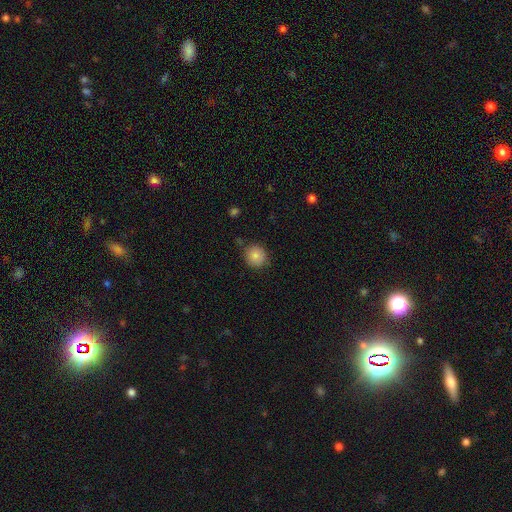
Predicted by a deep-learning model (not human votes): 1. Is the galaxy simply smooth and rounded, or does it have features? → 85% smooth, 9% star or artifact, 6% featured or disk.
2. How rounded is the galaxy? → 89% round, 10% in between, 1% cigar-shaped.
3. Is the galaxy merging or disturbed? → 83% none, 12% minor disturbance, 3% merger, 3% major disturbance.